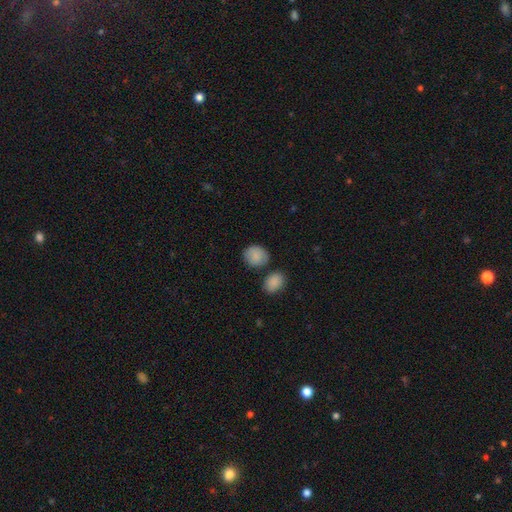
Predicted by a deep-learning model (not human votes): This is clearly a smooth galaxy (86%). How rounded: likely round (69%). Merging: likely none (71%).